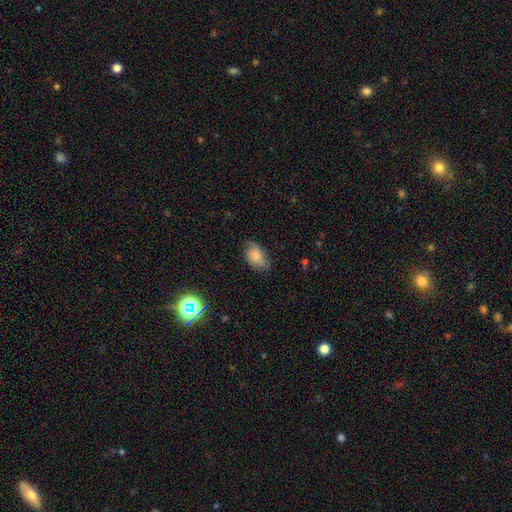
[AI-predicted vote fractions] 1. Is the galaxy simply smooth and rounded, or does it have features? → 74% smooth, 16% featured or disk, 9% star or artifact.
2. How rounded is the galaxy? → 88% in between, 10% round, 2% cigar-shaped.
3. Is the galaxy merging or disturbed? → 62% none, 29% minor disturbance, 8% major disturbance, 1% merger.